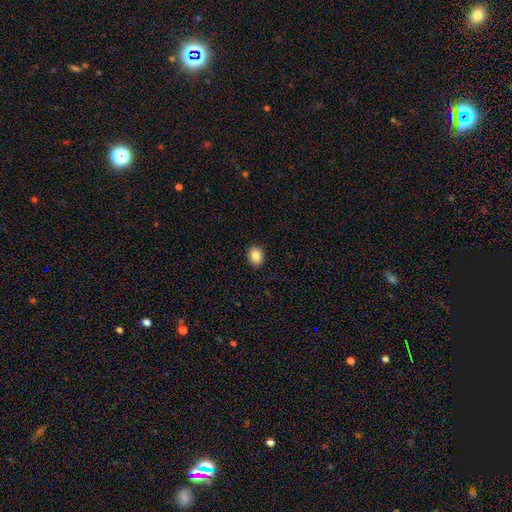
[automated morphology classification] Smooth or featured? smooth (86%)
How rounded? round (55%)
Merging? none (90%)